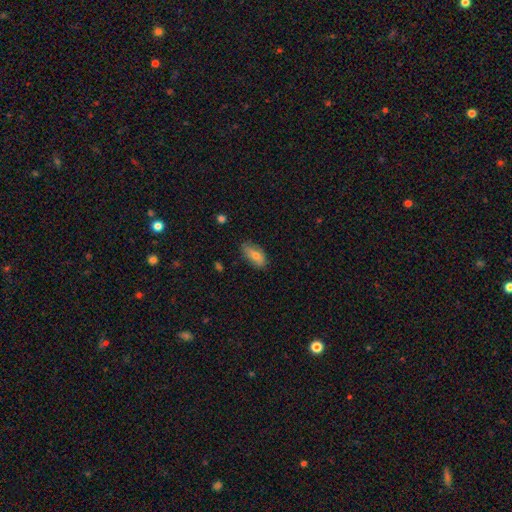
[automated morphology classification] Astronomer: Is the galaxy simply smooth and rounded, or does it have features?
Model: smooth — 72%.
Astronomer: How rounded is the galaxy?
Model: in between — 86%.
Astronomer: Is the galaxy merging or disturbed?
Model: none — 76%.